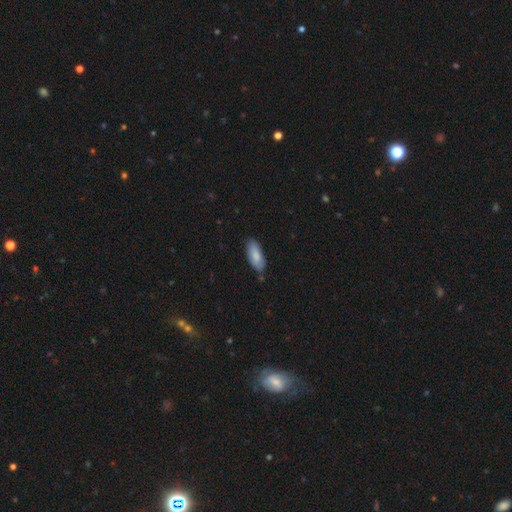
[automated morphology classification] Smooth or featured? smooth (83%)
How rounded? in between (77%)
Merging? none (79%)